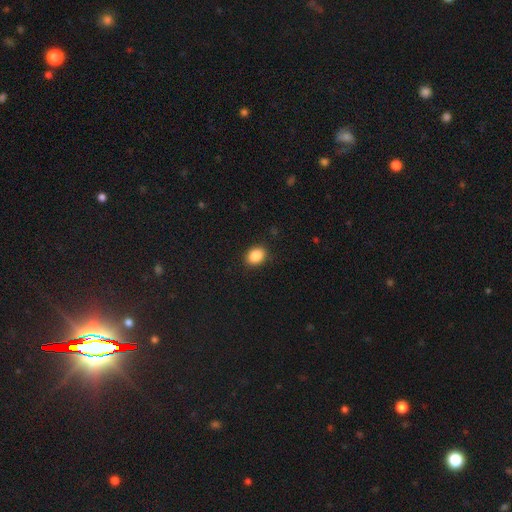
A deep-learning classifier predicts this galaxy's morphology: Smooth or featured: smooth — 88% (star or artifact — 8%)
How rounded: in between — 60% (round — 39%)
Merging: none — 88% (minor disturbance — 8%)